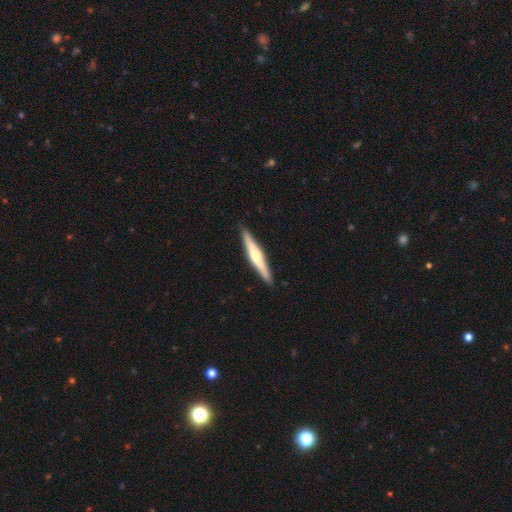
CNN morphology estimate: Overall: featured or disk (58%; smooth 37%). Edge-on disk: yes (96%). Edge-on bulge: rounded (83%). Merging: none (91%).